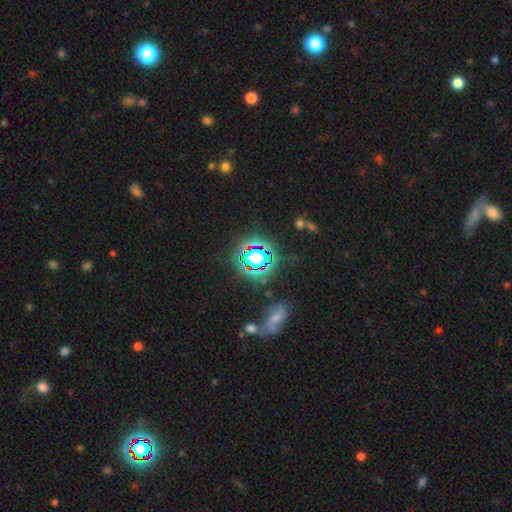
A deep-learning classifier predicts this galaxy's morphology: Smooth or featured: star or artifact — 75% (smooth — 16%)